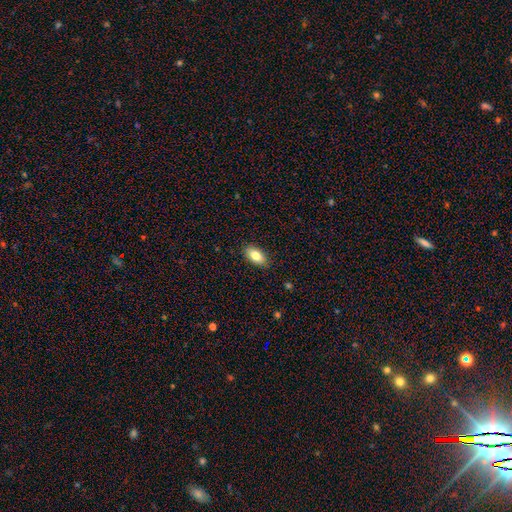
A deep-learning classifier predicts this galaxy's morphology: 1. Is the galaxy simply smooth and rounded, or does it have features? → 82% smooth, 11% featured or disk, 7% star or artifact.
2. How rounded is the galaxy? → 91% in between, 5% cigar-shaped, 4% round.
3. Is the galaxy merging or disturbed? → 88% none, 9% minor disturbance, 2% major disturbance, 1% merger.